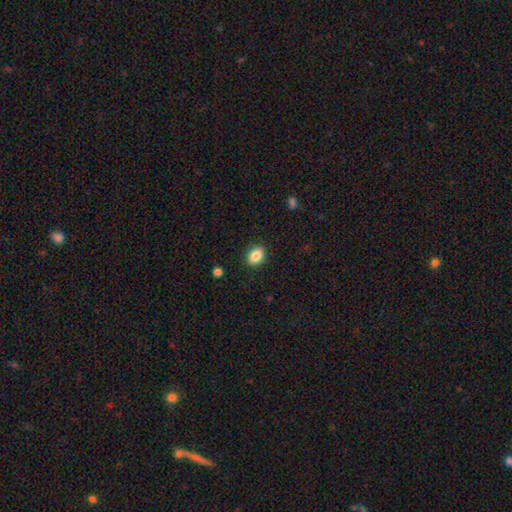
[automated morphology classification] Q: Smooth or featured?
A: smooth (86%); runner-up: star or artifact (8%)
Q: How rounded?
A: in between (72%); runner-up: round (27%)
Q: Merging?
A: none (88%); runner-up: minor disturbance (9%)